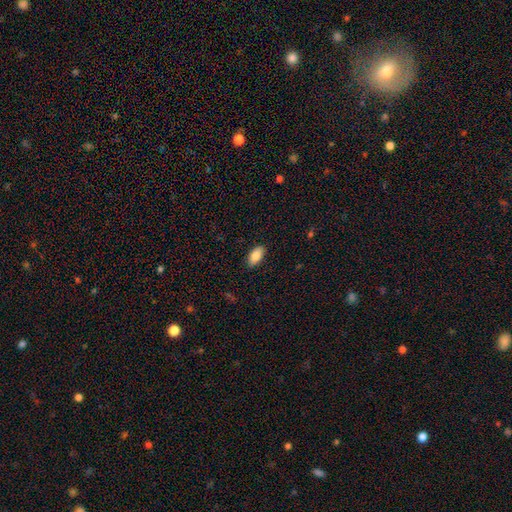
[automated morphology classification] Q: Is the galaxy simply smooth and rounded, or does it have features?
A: smooth — 85%.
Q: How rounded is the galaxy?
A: in between — 91%.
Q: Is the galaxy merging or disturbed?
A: none — 88%.